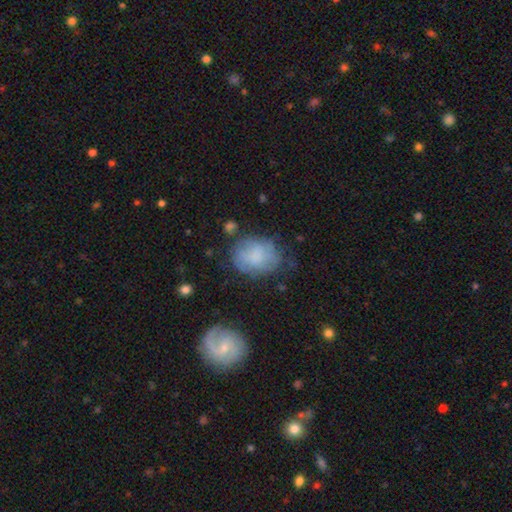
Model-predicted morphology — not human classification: Overall: smooth (61%; featured or disk 30%). How rounded: in between (56%; round 43%). Merging: none (59%; minor disturbance 25%).